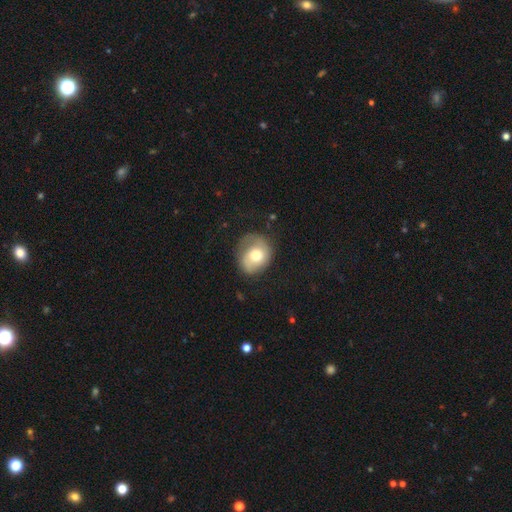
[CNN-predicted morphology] type=smooth (52%); roundness=round (63%); merging=none (58%).